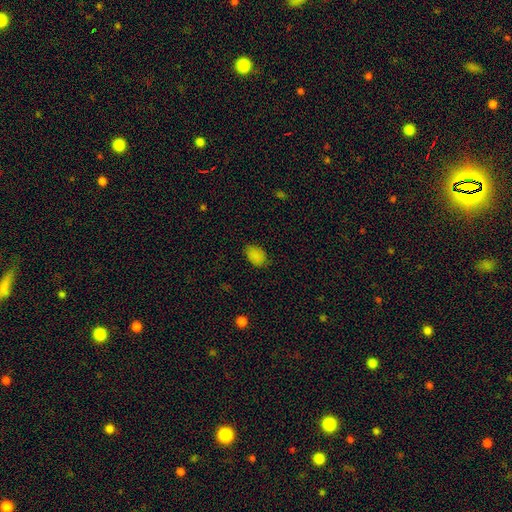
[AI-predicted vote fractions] smooth 84%, star or artifact 12%, featured or disk 4%. Down the decision tree: how rounded — in between (85%); merging — none (80%).